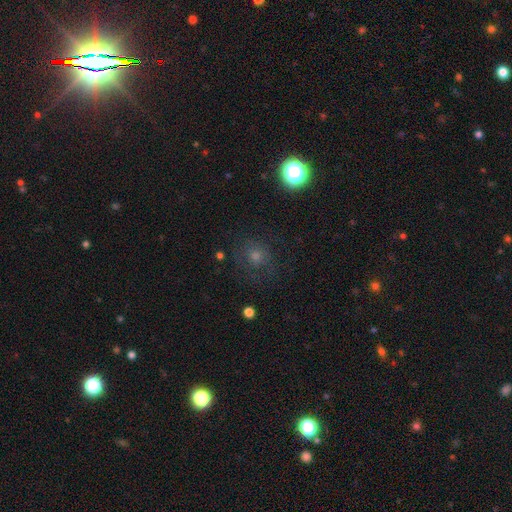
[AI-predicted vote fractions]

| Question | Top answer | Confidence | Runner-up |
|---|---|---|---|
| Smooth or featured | smooth | 45% | star or artifact (35%) |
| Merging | none | 77% | minor disturbance (13%) |